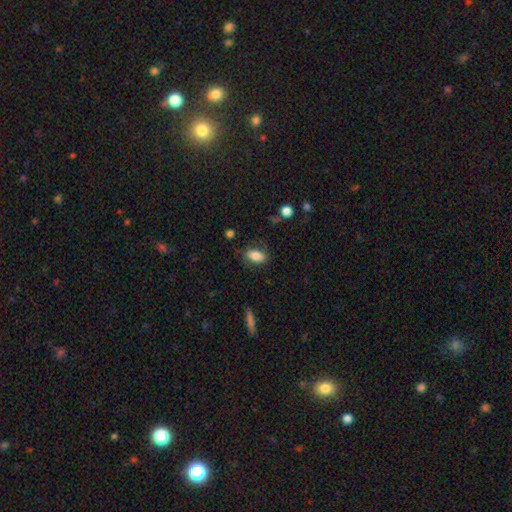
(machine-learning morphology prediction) This appears to be a smooth galaxy with no disk features (76%) that is in between round and cigar-shaped (88%). Merging: none (71%).